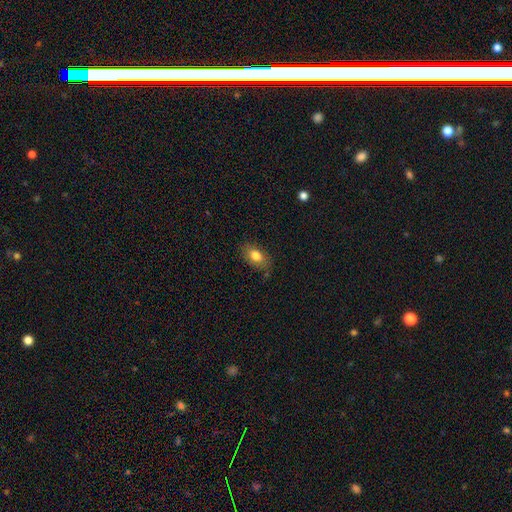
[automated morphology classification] A smooth galaxy with no disk features (79%) that is in between round and cigar-shaped (87%).

Vote fractions:
- Smooth or featured? smooth: 79% / featured or disk: 13% / star or artifact: 8%
- How rounded? in between: 87% / round: 10% / cigar-shaped: 3%
- Merging? none: 78% / minor disturbance: 16% / major disturbance: 4% / merger: 2%